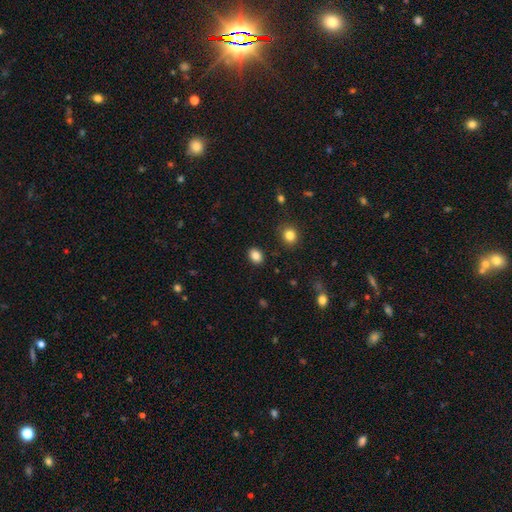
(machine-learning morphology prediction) smooth 85%, star or artifact 10%, featured or disk 5%. Down the decision tree: how rounded — in between (62%); merging — none (88%).